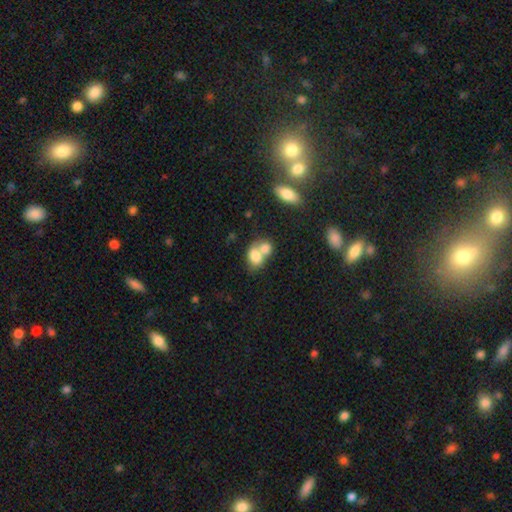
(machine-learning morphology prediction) Smooth or featured?
  - smooth: 76% *
  - featured or disk: 15%
  - star or artifact: 9%
How rounded?
  - in between: 65% *
  - round: 33%
  - cigar-shaped: 1%
Merging?
  - merger: 66% *
  - none: 22%
  - minor disturbance: 7%
  - major disturbance: 4%